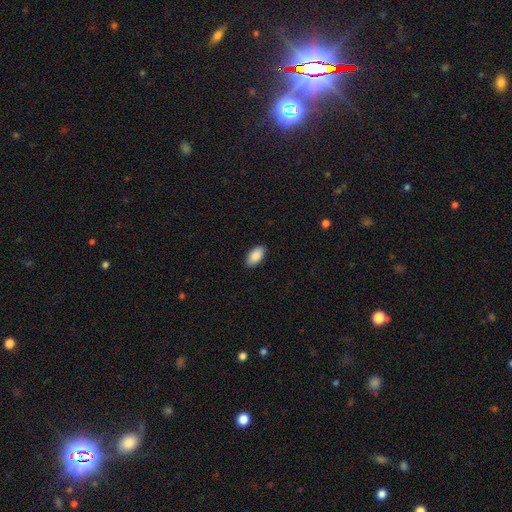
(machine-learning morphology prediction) smooth 89%, star or artifact 6%, featured or disk 4%. Down the decision tree: how rounded — in between (95%); merging — none (89%).